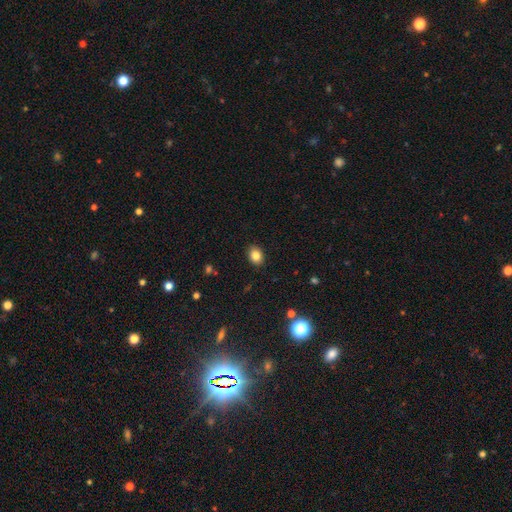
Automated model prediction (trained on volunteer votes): smooth-or-featured: smooth: 84% | star or artifact: 10% | featured or disk: 6%
  how-rounded: in between: 64% | round: 35% | cigar-shaped: 1%
  merging: none: 89% | minor disturbance: 8% | major disturbance: 2% | merger: 1%